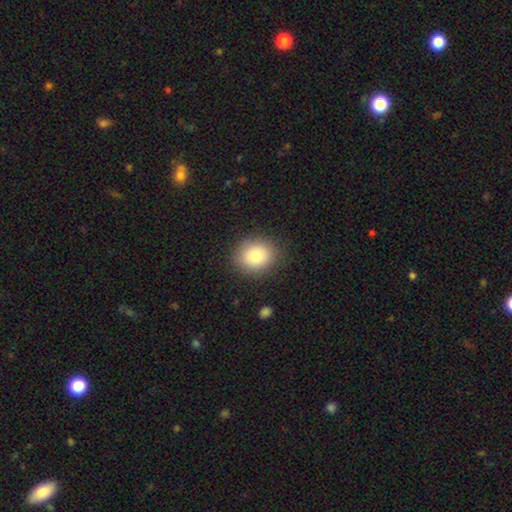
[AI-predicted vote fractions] smooth 83%, star or artifact 9%, featured or disk 8%. Down the decision tree: how rounded — round (70%); merging — none (88%).